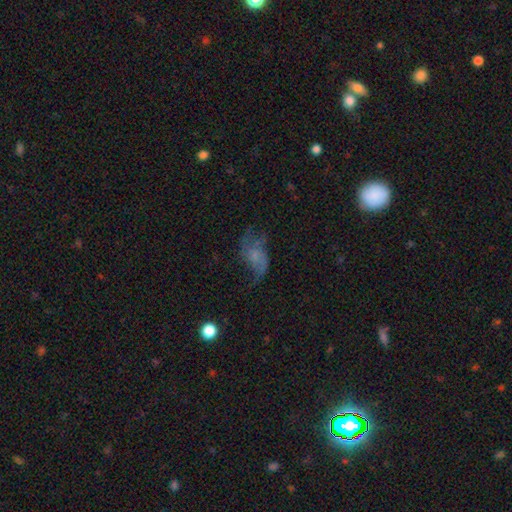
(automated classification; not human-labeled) This appears to be a featured or disk galaxy (54%) with no bar (75%), spiral arms (71%) and no central bulge (40%). Merging: none (40%).